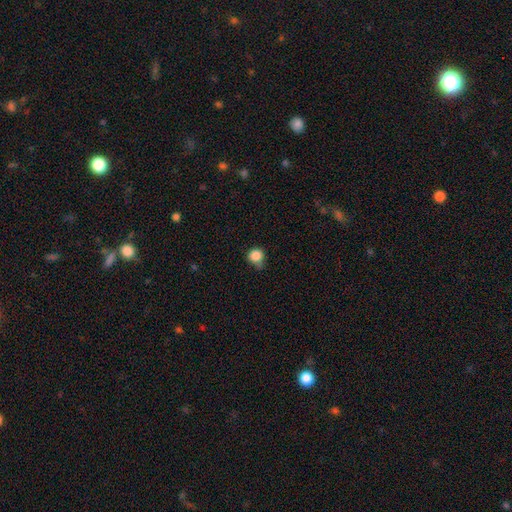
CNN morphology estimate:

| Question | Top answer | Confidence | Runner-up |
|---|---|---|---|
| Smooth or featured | smooth | 86% | star or artifact (11%) |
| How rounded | round | 90% | in between (9%) |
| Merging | none | 62% | minor disturbance (27%) |